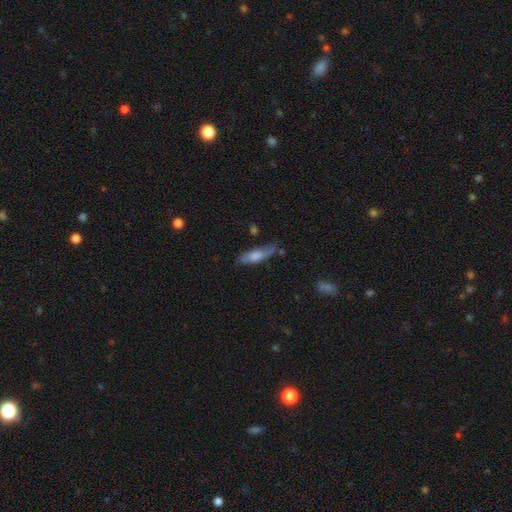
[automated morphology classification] A smooth galaxy with no disk features (56%) that is cigar-shaped (52%). Merging: none (66%).